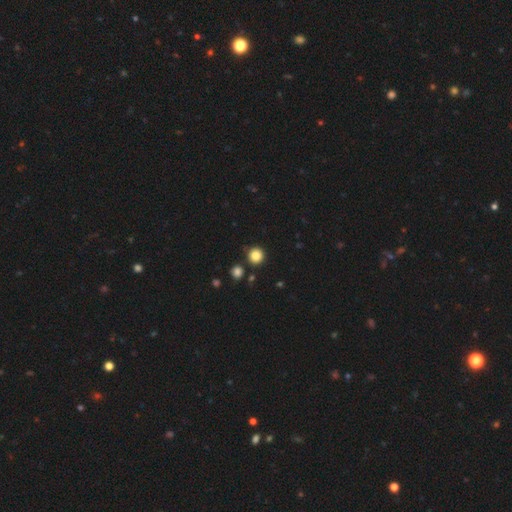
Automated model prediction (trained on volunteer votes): The model was most divided on "smooth or featured": smooth: 85%, star or artifact: 11%, featured or disk: 4%. More confident: how rounded — round (94%); merging — none (87%).